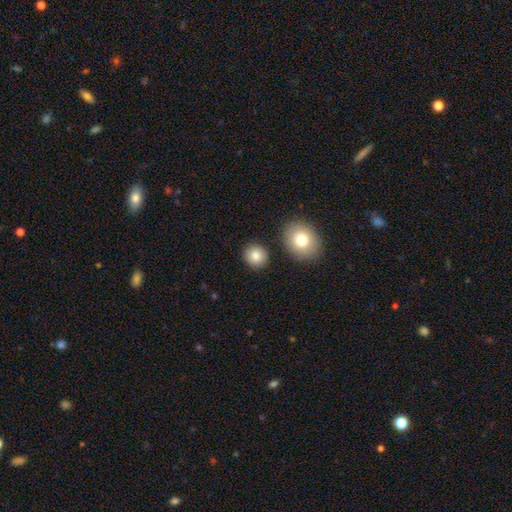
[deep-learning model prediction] smooth_or_featured: smooth (p=0.83) [alt: star or artifact p=0.09]
how_rounded: round (p=0.84) [alt: in between p=0.16]
merging: none (p=0.85) [alt: minor disturbance p=0.07]